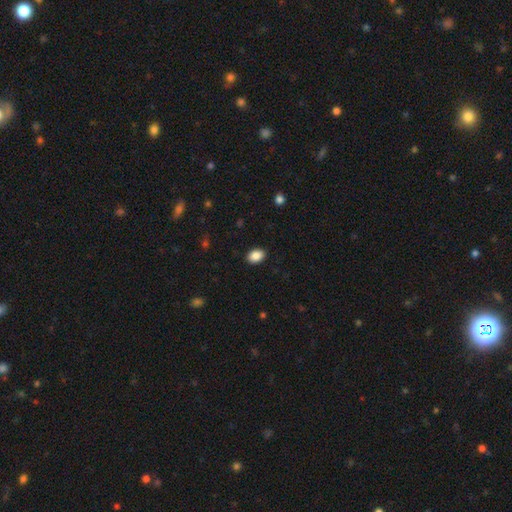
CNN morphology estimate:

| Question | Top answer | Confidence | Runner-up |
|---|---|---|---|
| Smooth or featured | smooth | 89% | star or artifact (8%) |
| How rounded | in between | 79% | round (20%) |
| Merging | none | 90% | minor disturbance (7%) |